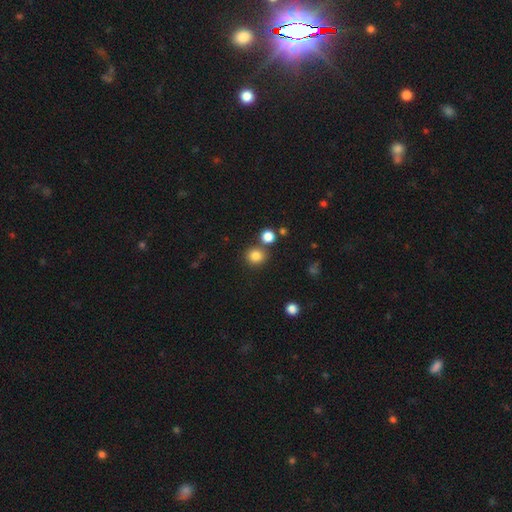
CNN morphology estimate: This is clearly a smooth galaxy (82%). How rounded: clearly round (87%). Merging: likely none (76%).